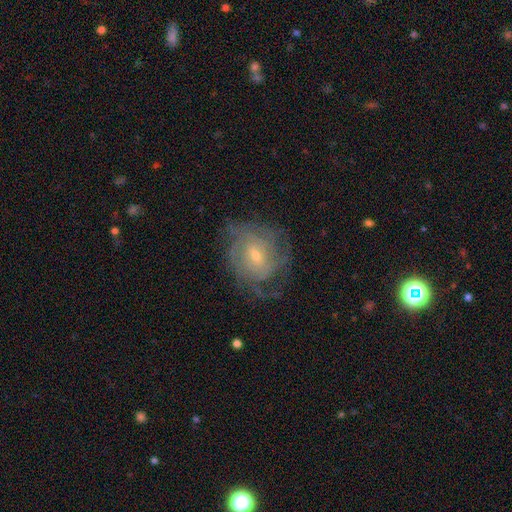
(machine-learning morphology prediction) A featured or disk galaxy (78%) with no bar (47%), tight (54%) spiral arms (90%) and a small central bulge (64%).

Vote fractions:
- Smooth or featured? featured or disk: 78% / smooth: 14% / star or artifact: 7%
- Edge-on disk? no: 97% / yes: 3%
- Bar? no: 47% / weak: 45% / strong: 8%
- Spiral arms? yes: 90% / no: 10%
- Spiral winding? tight: 54% / medium: 35% / loose: 12%
- Spiral arm count? can't tell: 44% / 3: 16% / 2: 16% / 4: 12% / more than 4: 6% / 1: 5%
- Bulge size? small: 64% / moderate: 32% / large: 2% / none: 1% / dominant: 1%
- Merging? none: 66% / minor disturbance: 20% / major disturbance: 13% / merger: 1%